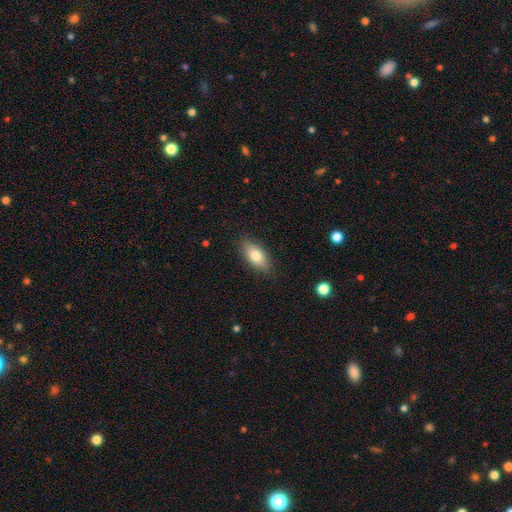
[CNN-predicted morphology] smooth 76%, featured or disk 17%, star or artifact 7%. Down the decision tree: how rounded — in between (85%); merging — none (86%).